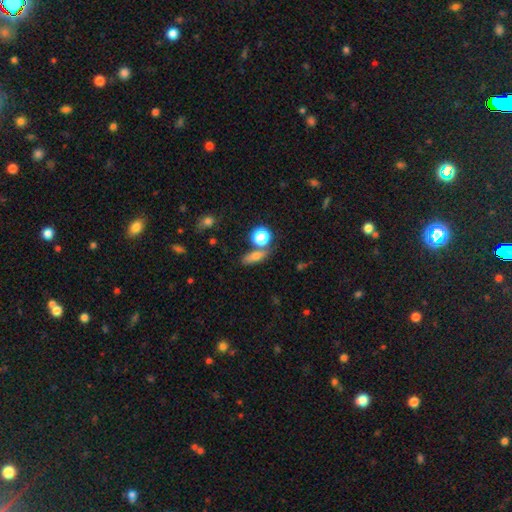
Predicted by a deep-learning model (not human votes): Smooth or featured?
  - smooth: 69% *
  - star or artifact: 18%
  - featured or disk: 13%
How rounded?
  - in between: 52% *
  - cigar-shaped: 27%
  - round: 21%
Merging?
  - none: 67% *
  - merger: 15%
  - minor disturbance: 13%
  - major disturbance: 5%